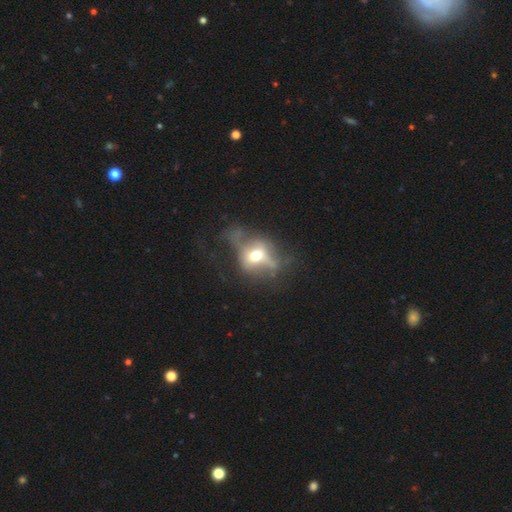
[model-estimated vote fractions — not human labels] Q: Smooth or featured?
A: featured or disk (54%); runner-up: smooth (34%)
Q: Edge-on disk?
A: no (73%); runner-up: yes (27%)
Q: Merging?
A: major disturbance (39%); runner-up: none (34%)